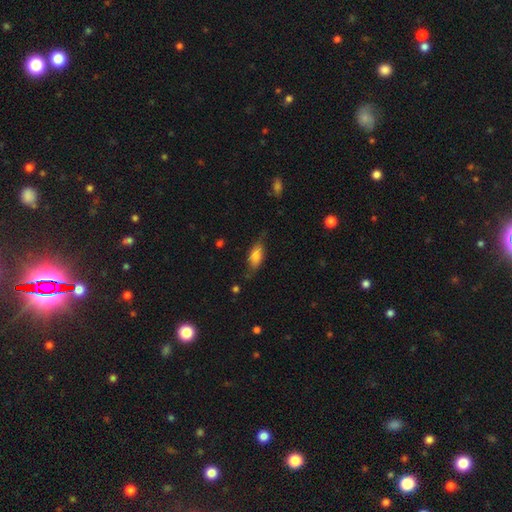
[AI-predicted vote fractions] The model was most divided on "merging": none: 63%, minor disturbance: 27%, major disturbance: 8%, merger: 2%. More confident: how rounded — in between (81%); smooth or featured — smooth (76%).